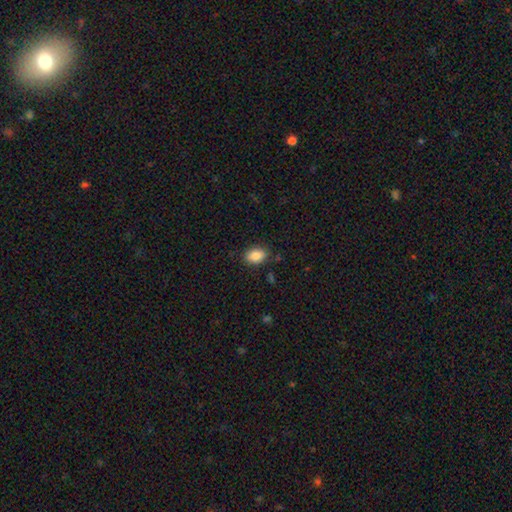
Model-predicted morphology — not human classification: smooth 87%, star or artifact 8%, featured or disk 5%. Down the decision tree: how rounded — in between (84%); merging — none (85%).